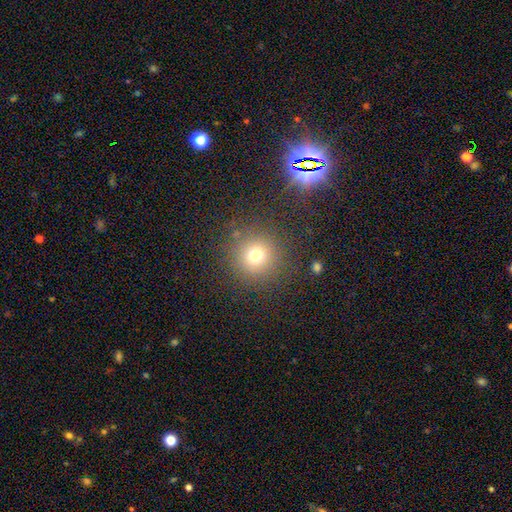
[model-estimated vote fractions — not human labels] Q: Smooth or featured?
A: smooth (74%); runner-up: star or artifact (18%)
Q: How rounded?
A: round (94%); runner-up: in between (5%)
Q: Merging?
A: none (87%); runner-up: minor disturbance (7%)